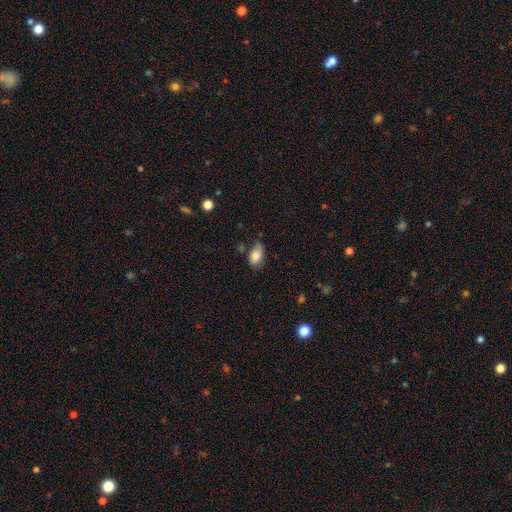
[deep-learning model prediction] A smooth galaxy with no disk features (81%) that is in between round and cigar-shaped (89%).

Vote fractions:
- Smooth or featured? smooth: 81% / featured or disk: 11% / star or artifact: 8%
- How rounded? in between: 89% / round: 8% / cigar-shaped: 2%
- Merging? none: 50% / minor disturbance: 35% / major disturbance: 11% / merger: 5%